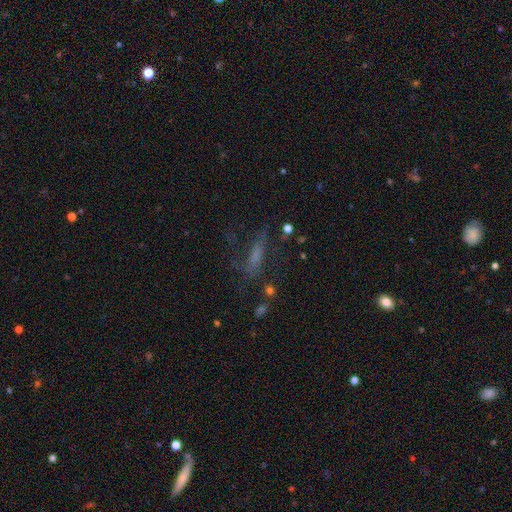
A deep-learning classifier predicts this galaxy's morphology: This appears to be a featured or disk galaxy (42%). Merging: none (57%).